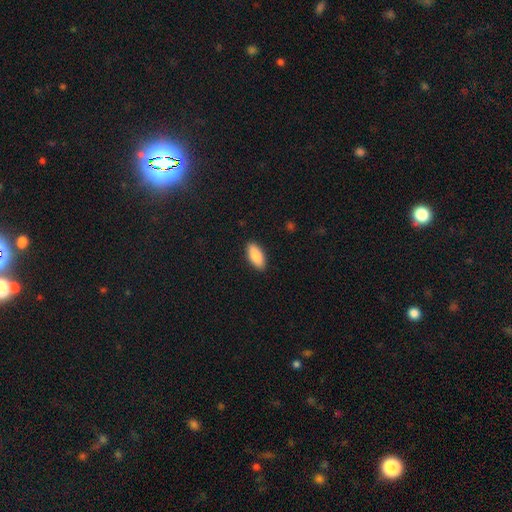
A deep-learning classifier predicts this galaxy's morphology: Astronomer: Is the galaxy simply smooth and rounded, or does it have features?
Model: smooth — 85%.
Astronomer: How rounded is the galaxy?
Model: in between — 86%.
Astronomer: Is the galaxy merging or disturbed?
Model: none — 90%.